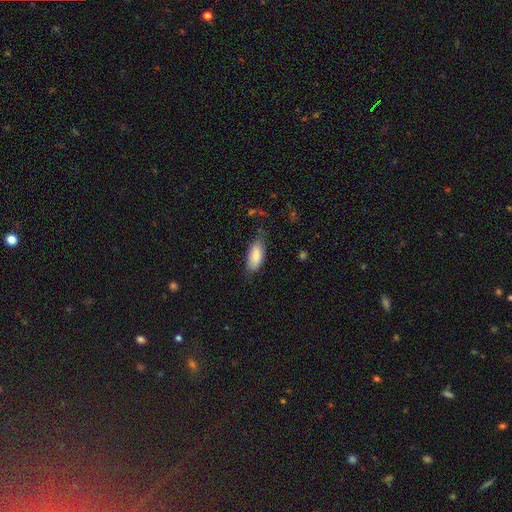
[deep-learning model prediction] smooth-or-featured: smooth: 85% | featured or disk: 9% | star or artifact: 6%
  how-rounded: in between: 87% | cigar-shaped: 11% | round: 2%
  merging: none: 63% | minor disturbance: 28% | major disturbance: 8% | merger: 2%